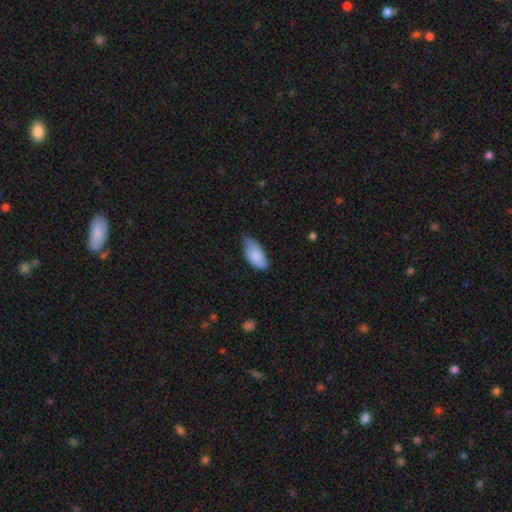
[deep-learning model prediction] This is clearly a smooth galaxy (83%). How rounded: clearly in between (93%). Merging: possibly none (55%).